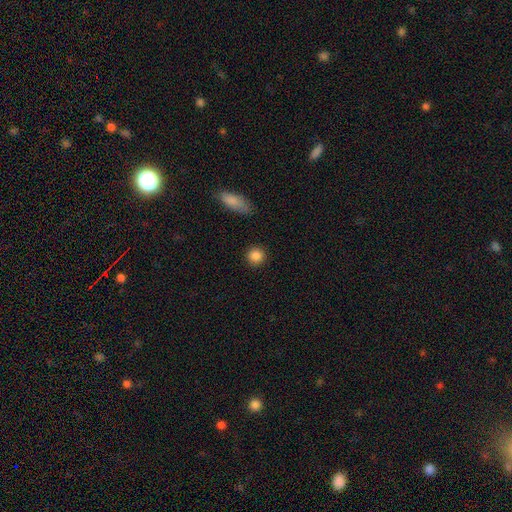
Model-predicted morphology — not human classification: This is clearly a smooth galaxy (86%). How rounded: clearly round (92%). Merging: clearly none (90%).